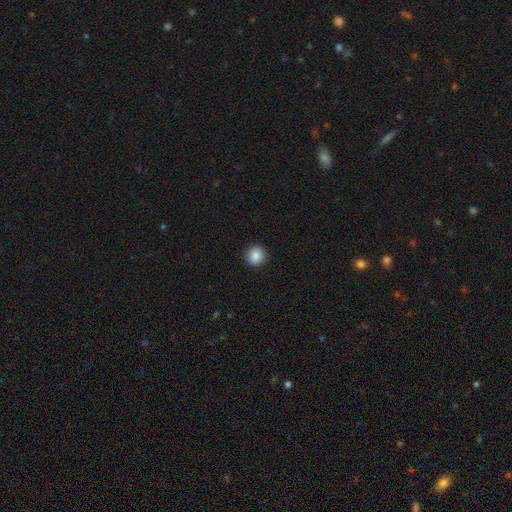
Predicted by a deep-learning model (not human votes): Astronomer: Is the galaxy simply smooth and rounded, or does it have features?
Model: smooth — 88%.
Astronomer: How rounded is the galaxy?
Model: round — 94%.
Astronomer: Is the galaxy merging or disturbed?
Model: none — 93%.